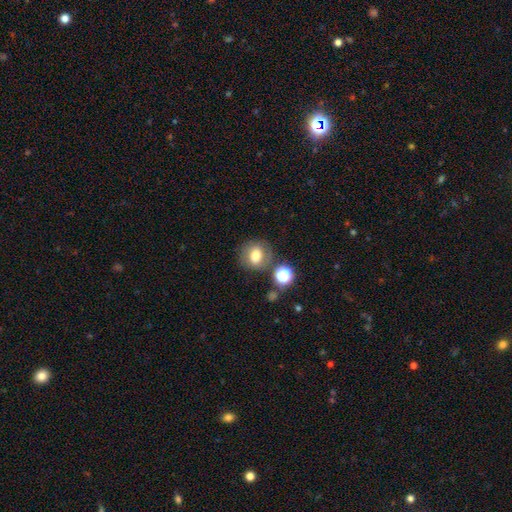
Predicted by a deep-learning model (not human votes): A smooth galaxy with no disk features (72%) that is round (71%).

Vote fractions:
- Smooth or featured? smooth: 72% / featured or disk: 17% / star or artifact: 12%
- How rounded? round: 71% / in between: 28% / cigar-shaped: 1%
- Merging? none: 73% / minor disturbance: 13% / merger: 9% / major disturbance: 5%